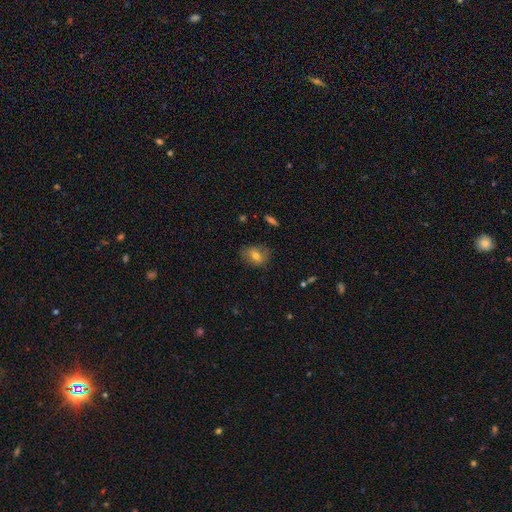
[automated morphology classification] A smooth galaxy with no disk features (68%) that is in between round and cigar-shaped (58%). Merging: none (71%).